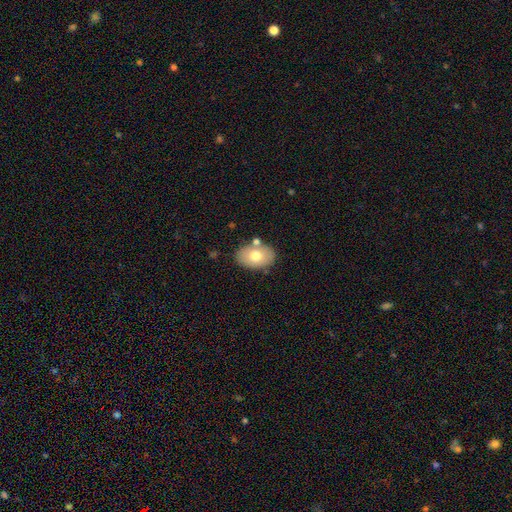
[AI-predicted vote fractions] This appears to be a smooth galaxy with no disk features (71%) that is in between round and cigar-shaped (86%). Merging: none (76%).